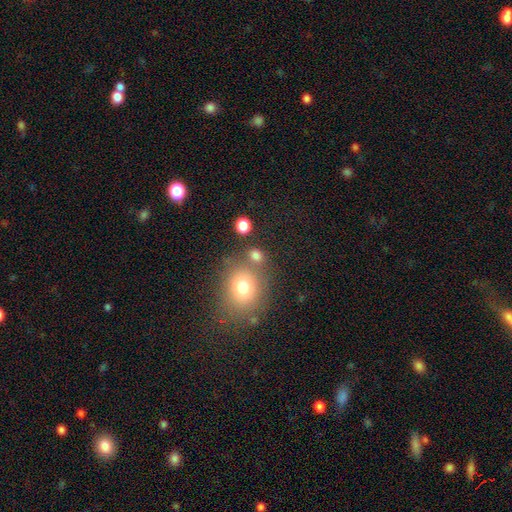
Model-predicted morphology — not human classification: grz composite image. It shows a smooth galaxy with no disk features (77%) that is round (66%). Merging: none (64%).